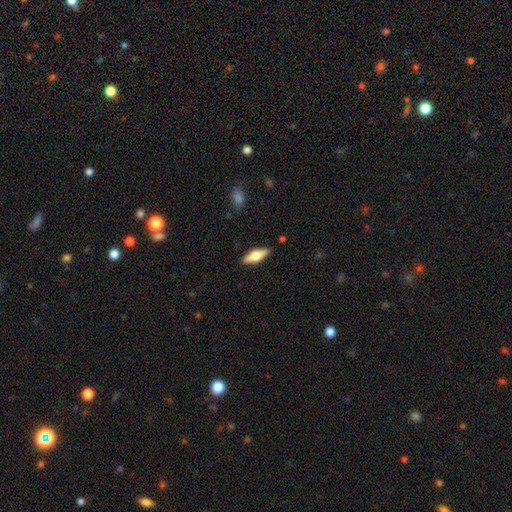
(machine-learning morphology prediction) Smooth or featured? featured or disk (49%)
Merging? none (88%)